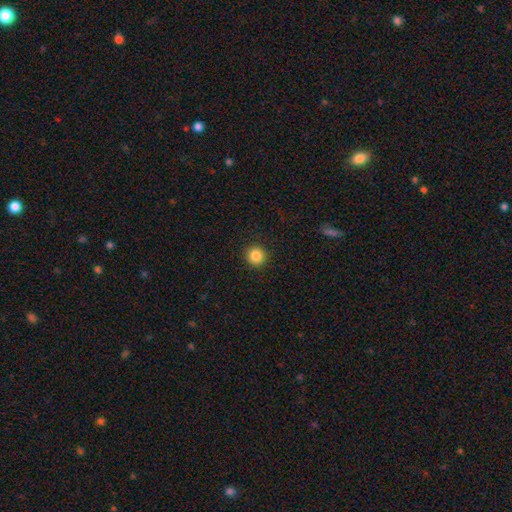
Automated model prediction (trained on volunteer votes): smooth 86%, star or artifact 10%, featured or disk 4%. Down the decision tree: how rounded — round (94%); merging — none (92%).